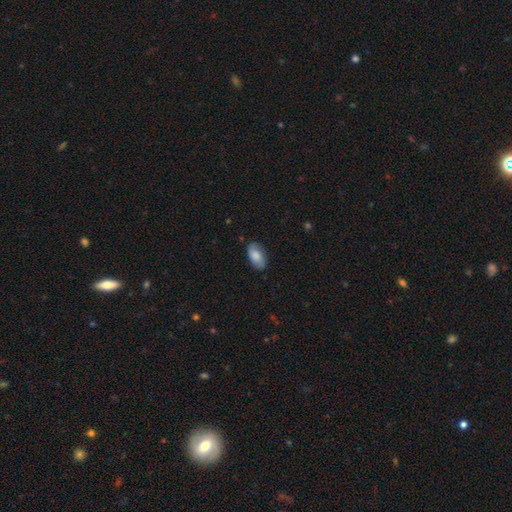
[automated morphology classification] smooth 77%, featured or disk 17%, star or artifact 6%. Down the decision tree: how rounded — in between (94%); merging — none (81%).